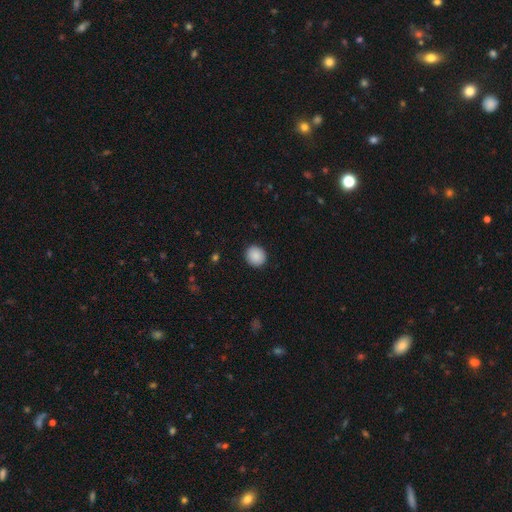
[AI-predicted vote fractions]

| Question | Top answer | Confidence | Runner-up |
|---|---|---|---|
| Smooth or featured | smooth | 89% | star or artifact (8%) |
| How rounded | round | 84% | in between (15%) |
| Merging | none | 92% | minor disturbance (5%) |